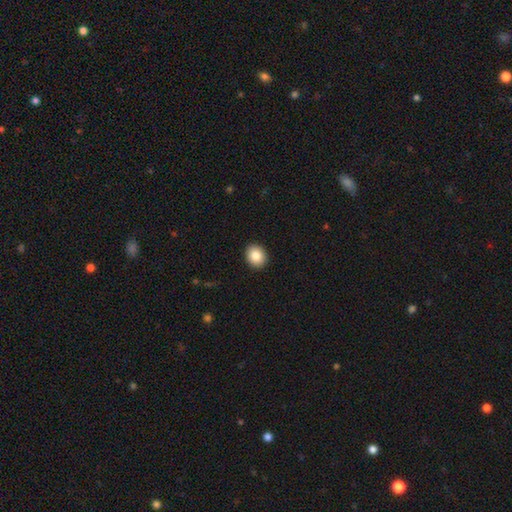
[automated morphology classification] This appears to be a smooth galaxy with no disk features (85%) that is round (62%). Merging: none (92%).